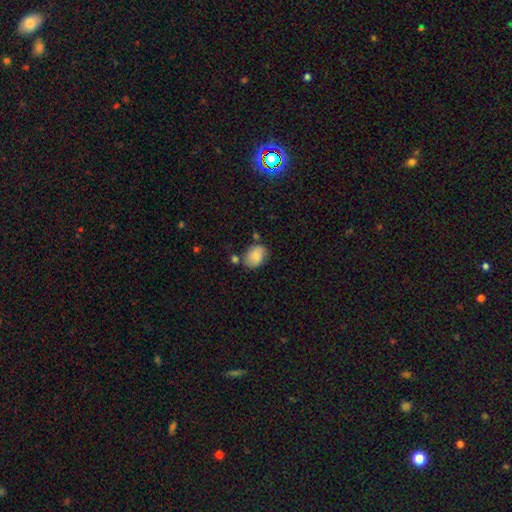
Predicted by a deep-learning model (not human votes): Q: Smooth or featured?
A: smooth (76%); runner-up: featured or disk (16%)
Q: How rounded?
A: in between (72%); runner-up: round (27%)
Q: Merging?
A: none (64%); runner-up: minor disturbance (21%)